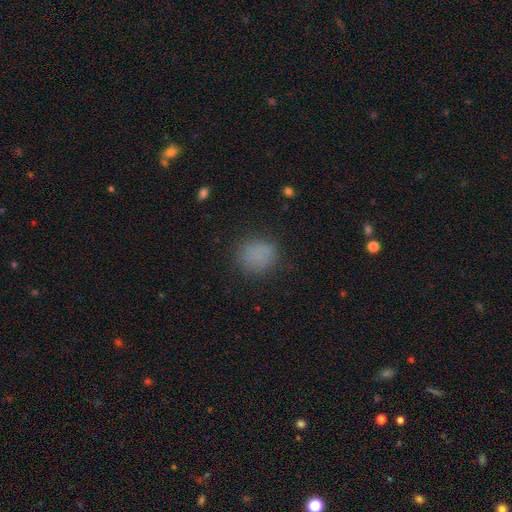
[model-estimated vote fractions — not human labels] Smooth or featured? smooth (79%)
How rounded? round (72%)
Merging? none (80%)